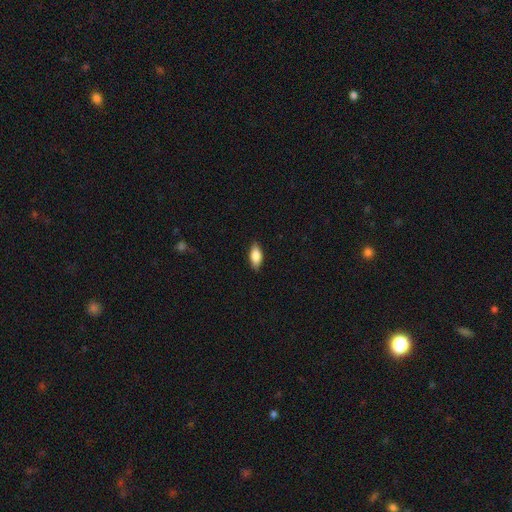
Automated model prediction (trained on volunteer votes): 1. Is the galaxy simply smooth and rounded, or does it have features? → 80% smooth, 13% featured or disk, 6% star or artifact.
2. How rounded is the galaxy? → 84% in between, 13% cigar-shaped, 3% round.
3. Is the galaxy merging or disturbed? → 86% none, 10% minor disturbance, 2% major disturbance, 1% merger.